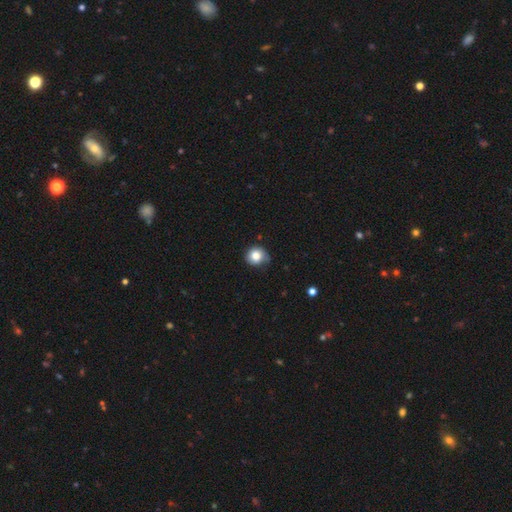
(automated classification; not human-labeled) Smooth or featured? Predicted: smooth (p=0.81). How rounded? Predicted: round (p=0.83). Merging? Predicted: none (p=0.63).